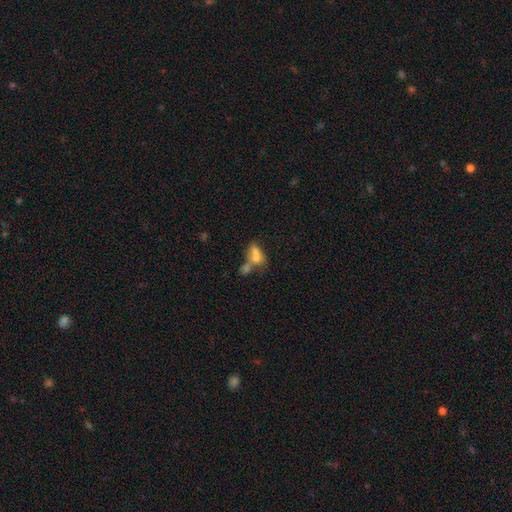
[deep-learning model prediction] Morphology: type=smooth (65%); roundness=in between (73%); merging=merger (62%).